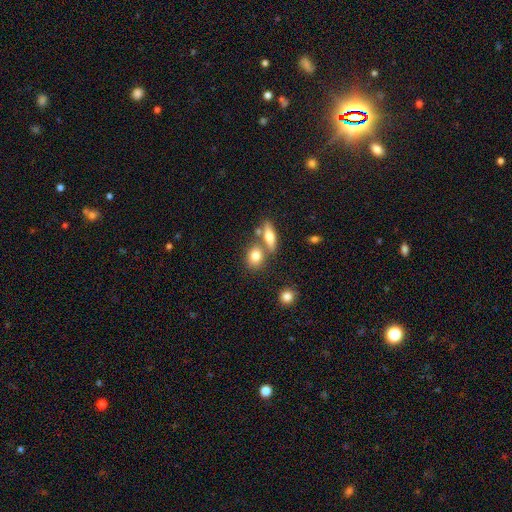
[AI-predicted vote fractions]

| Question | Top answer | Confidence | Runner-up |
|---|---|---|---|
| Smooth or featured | smooth | 78% | featured or disk (14%) |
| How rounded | in between | 48% | round (46%) |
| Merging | none | 55% | merger (30%) |